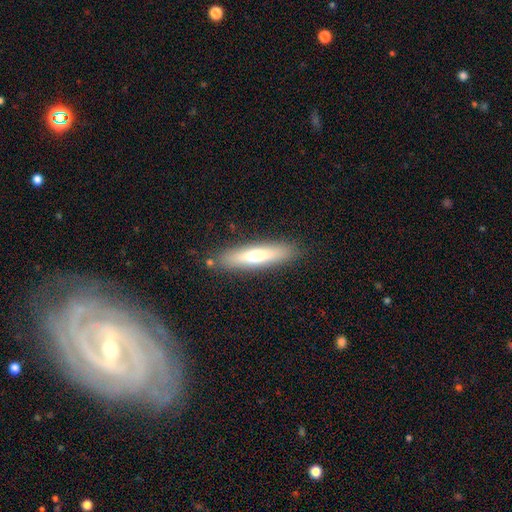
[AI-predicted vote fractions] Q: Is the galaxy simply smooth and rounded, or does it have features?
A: smooth — 63%.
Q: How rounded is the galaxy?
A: cigar-shaped — 82%.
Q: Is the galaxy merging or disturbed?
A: none — 86%.